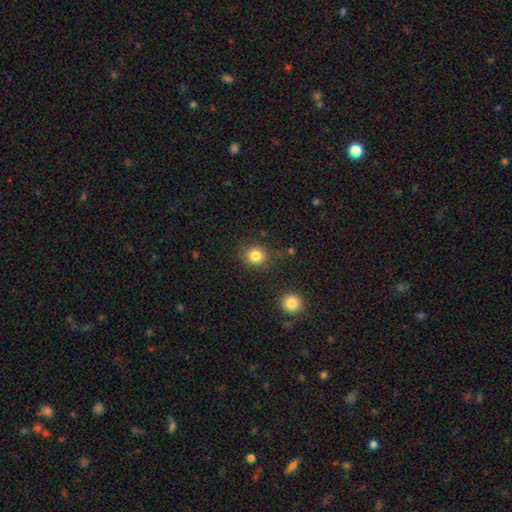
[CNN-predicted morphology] A smooth galaxy with no disk features (84%) that is round (84%).

Vote fractions:
- Smooth or featured? smooth: 84% / star or artifact: 11% / featured or disk: 6%
- How rounded? round: 84% / in between: 15% / cigar-shaped: 1%
- Merging? none: 82% / minor disturbance: 11% / major disturbance: 4% / merger: 3%